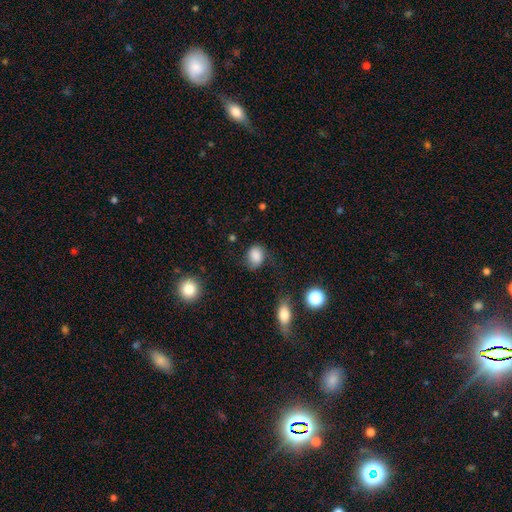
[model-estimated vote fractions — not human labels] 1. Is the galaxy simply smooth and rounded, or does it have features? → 84% smooth, 9% star or artifact, 7% featured or disk.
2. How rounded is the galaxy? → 54% in between, 44% round, 1% cigar-shaped.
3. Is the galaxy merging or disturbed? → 59% none, 28% minor disturbance, 10% major disturbance, 3% merger.